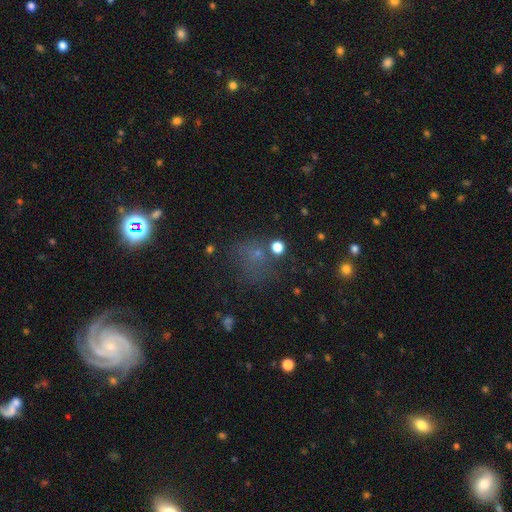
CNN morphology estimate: The model was most divided on "smooth or featured": smooth: 50%, star or artifact: 36%, featured or disk: 14%. More confident: merging — none (56%).